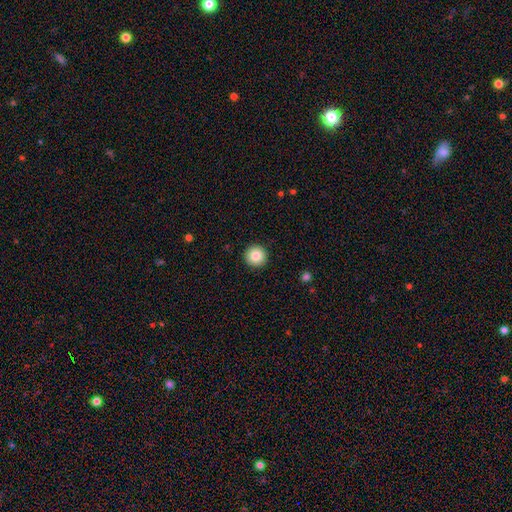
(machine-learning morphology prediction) Q: Smooth or featured?
A: smooth (85%); runner-up: star or artifact (9%)
Q: How rounded?
A: round (96%); runner-up: in between (3%)
Q: Merging?
A: none (93%); runner-up: minor disturbance (4%)